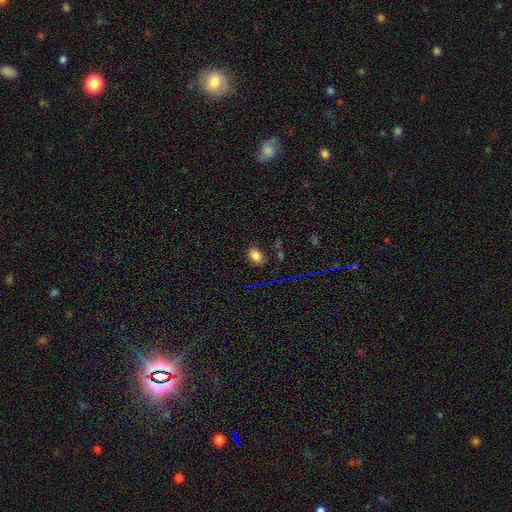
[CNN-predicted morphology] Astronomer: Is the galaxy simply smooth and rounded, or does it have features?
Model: smooth — 78%.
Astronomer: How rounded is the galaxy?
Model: in between — 71%.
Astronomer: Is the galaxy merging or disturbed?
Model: none — 82%.